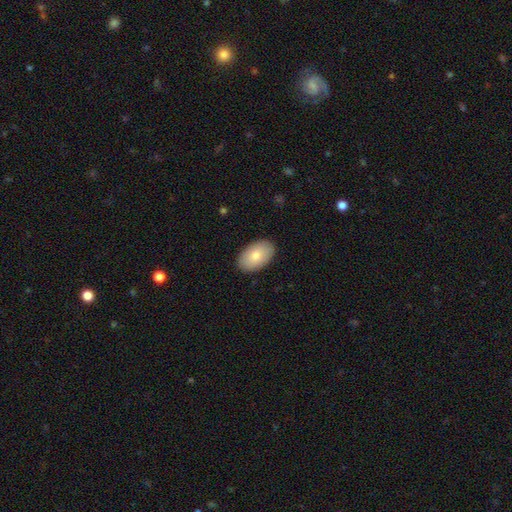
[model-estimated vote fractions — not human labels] smooth 81%, featured or disk 13%, star or artifact 6%. Down the decision tree: how rounded — in between (94%); merging — none (89%).